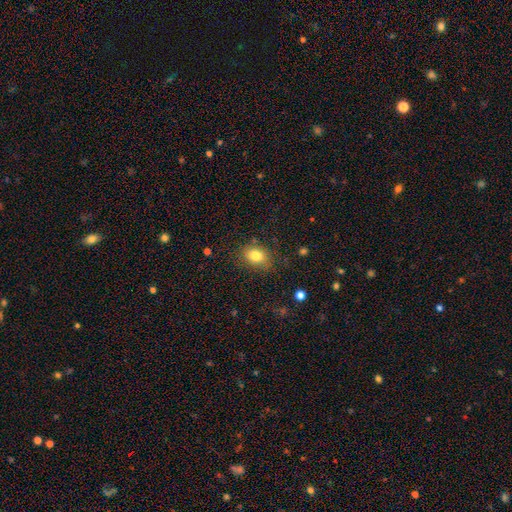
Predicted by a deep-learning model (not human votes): This appears to be a smooth galaxy with no disk features (81%) that is in between round and cigar-shaped (69%). Merging: none (79%).